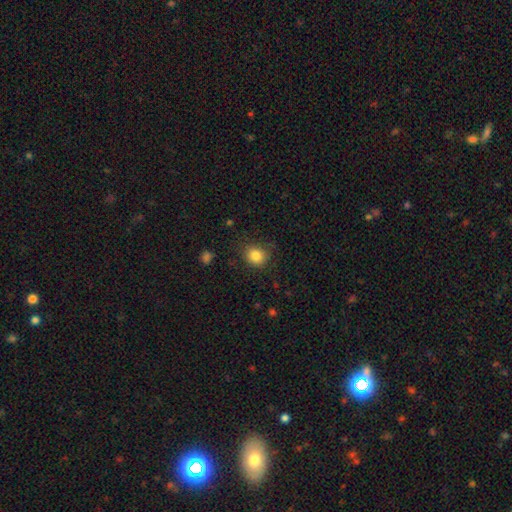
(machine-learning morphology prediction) Overall: smooth (84%). How rounded: round (71%). Merging: none (80%).